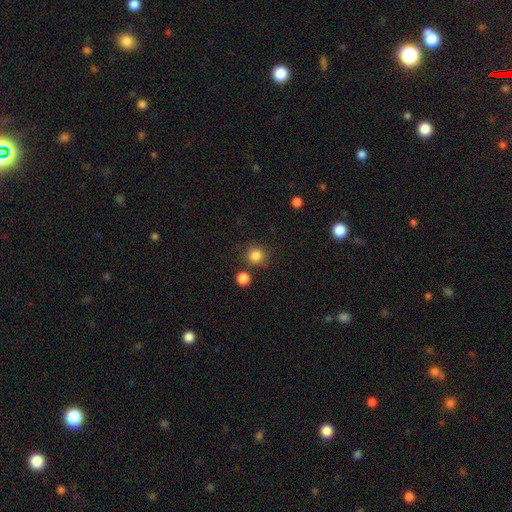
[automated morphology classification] Smooth or featured? Predicted: smooth (p=0.84). How rounded? Predicted: round (p=0.92). Merging? Predicted: none (p=0.80).